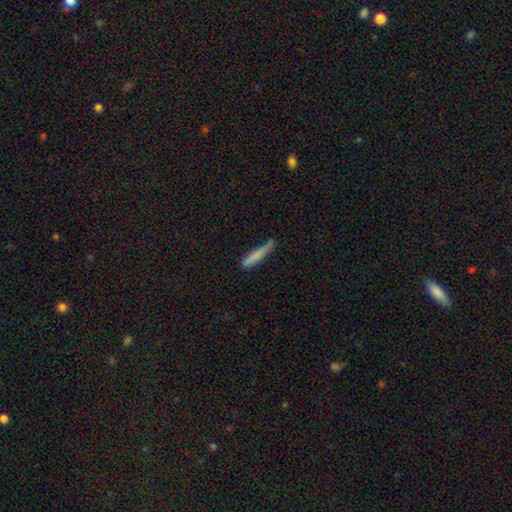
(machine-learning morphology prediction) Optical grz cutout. It shows a smooth galaxy with no disk features (77%) that is cigar-shaped (92%). Merging: none (62%).